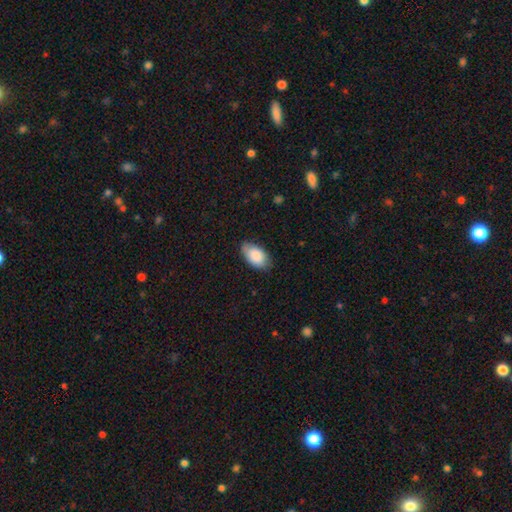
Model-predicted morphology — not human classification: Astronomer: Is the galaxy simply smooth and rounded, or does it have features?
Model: smooth — 86%.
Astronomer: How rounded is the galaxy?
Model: in between — 95%.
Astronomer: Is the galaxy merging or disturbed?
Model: none — 72%.